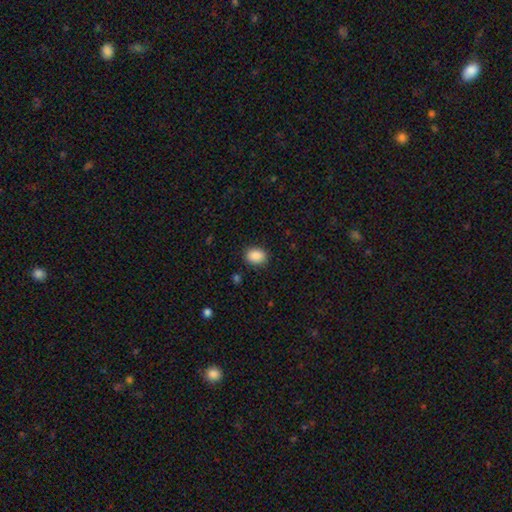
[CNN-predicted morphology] Smooth or featured: smooth — 89% (star or artifact — 8%)
How rounded: in between — 67% (round — 32%)
Merging: none — 87% (minor disturbance — 9%)